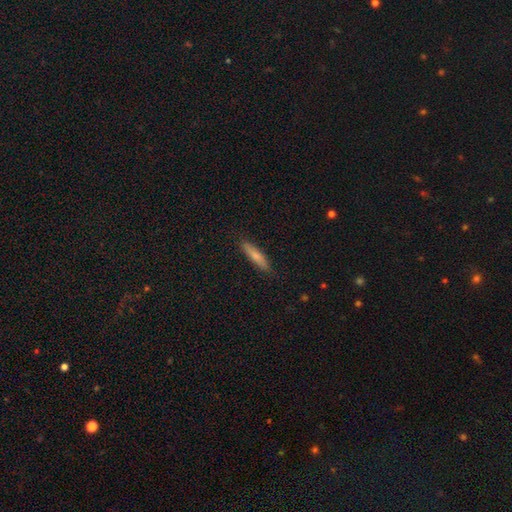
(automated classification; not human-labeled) Overall: smooth (75%). How rounded: cigar-shaped (82%). Merging: none (87%).